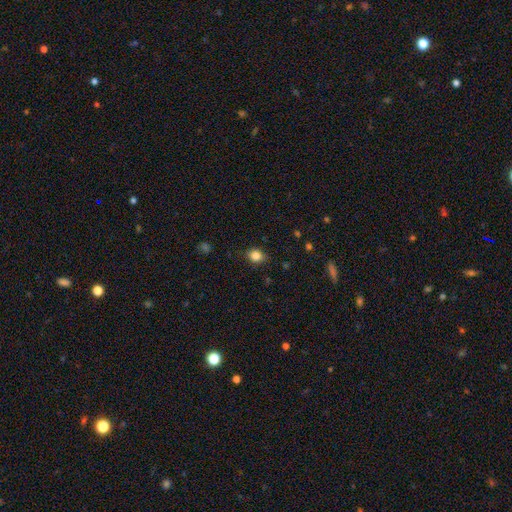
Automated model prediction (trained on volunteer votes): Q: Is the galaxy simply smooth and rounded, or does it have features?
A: smooth — 83%.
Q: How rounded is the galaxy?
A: round — 62%.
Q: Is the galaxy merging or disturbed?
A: none — 81%.